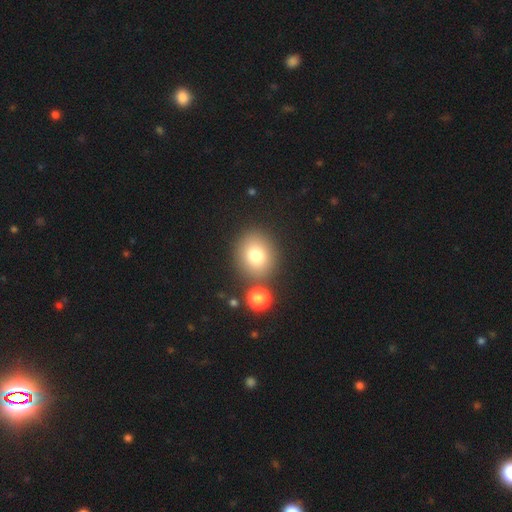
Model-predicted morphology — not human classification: The model was most divided on "how rounded": round: 71%, in between: 28%, cigar-shaped: 1%. More confident: smooth or featured — smooth (78%); merging — none (77%).